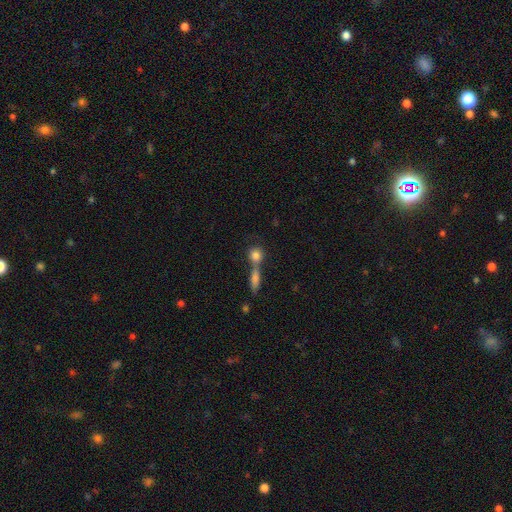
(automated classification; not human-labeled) Smooth or featured?
  - smooth: 79% *
  - featured or disk: 12%
  - star or artifact: 9%
How rounded?
  - round: 73% *
  - in between: 19%
  - cigar-shaped: 7%
Merging?
  - merger: 48% *
  - none: 40%
  - minor disturbance: 8%
  - major disturbance: 4%